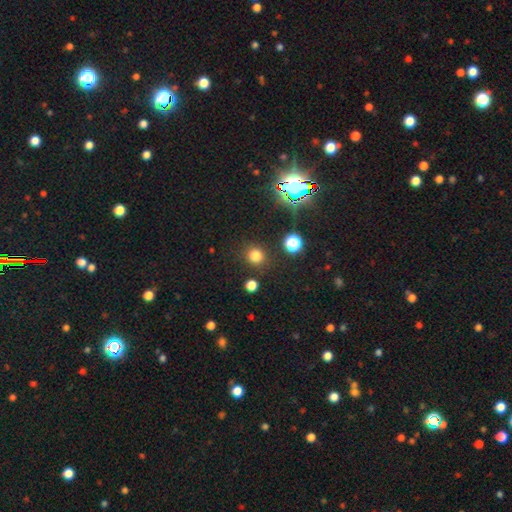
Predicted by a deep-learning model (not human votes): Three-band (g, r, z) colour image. It shows a smooth galaxy with no disk features (75%) that is round (89%). Merging: none (86%).